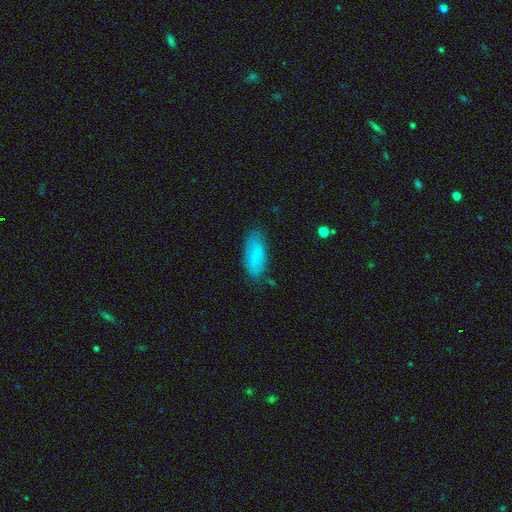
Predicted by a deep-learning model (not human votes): smooth-or-featured: smooth: 81% | featured or disk: 11% | star or artifact: 7%
  how-rounded: in between: 79% | cigar-shaped: 19% | round: 2%
  merging: none: 77% | minor disturbance: 17% | major disturbance: 4% | merger: 2%